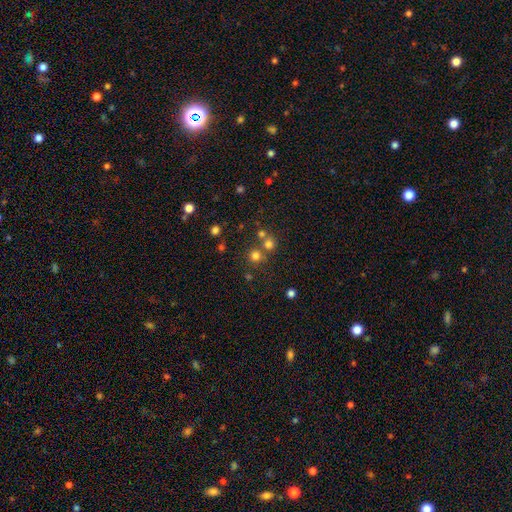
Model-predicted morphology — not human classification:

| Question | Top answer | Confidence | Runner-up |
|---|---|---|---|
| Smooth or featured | smooth | 71% | star or artifact (21%) |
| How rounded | round | 92% | in between (7%) |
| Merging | none | 66% | merger (25%) |